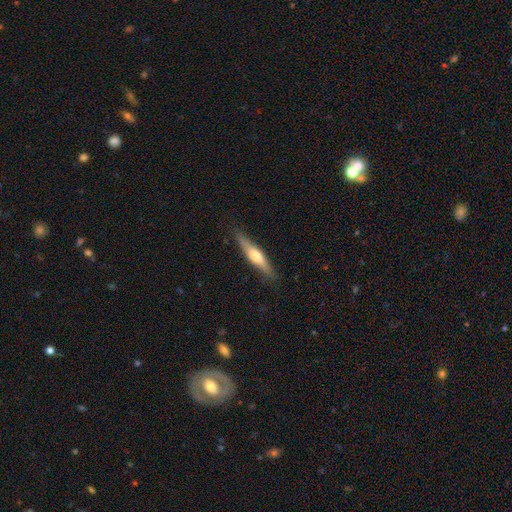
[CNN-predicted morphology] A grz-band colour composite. It shows a featured or disk galaxy (51%) viewed edge-on (94%). Merging: none (86%).